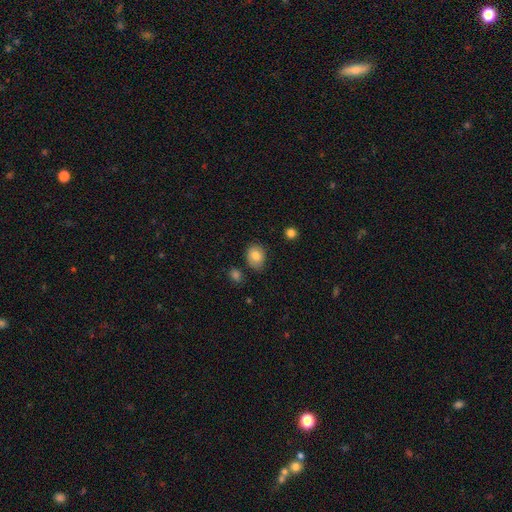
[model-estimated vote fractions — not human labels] This appears to be a smooth galaxy with no disk features (78%) that is in between round and cigar-shaped (60%). Merging: none (74%).